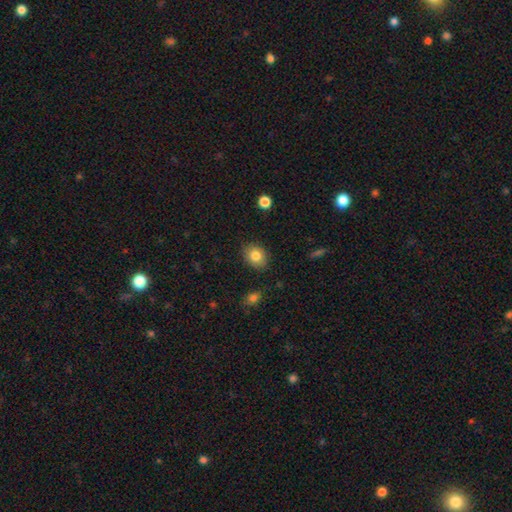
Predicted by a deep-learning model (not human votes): A smooth galaxy with no disk features (83%) that is in between round and cigar-shaped (52%).

Vote fractions:
- Smooth or featured? smooth: 83% / featured or disk: 9% / star or artifact: 9%
- How rounded? in between: 52% / round: 47% / cigar-shaped: 1%
- Merging? none: 85% / minor disturbance: 11% / major disturbance: 2% / merger: 1%